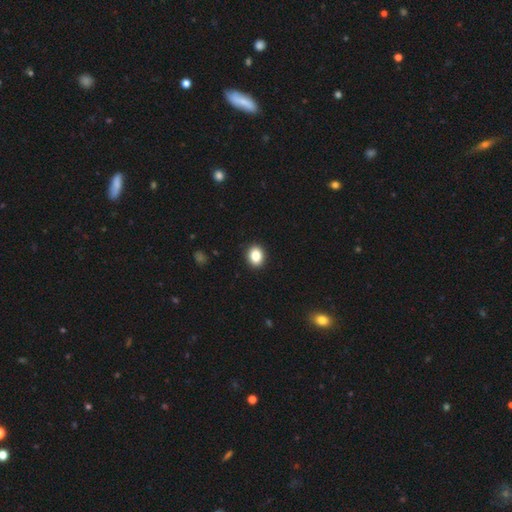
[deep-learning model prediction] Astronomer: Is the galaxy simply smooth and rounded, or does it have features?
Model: smooth — 85%.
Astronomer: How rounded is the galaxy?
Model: in between — 53% (runner-up: round, 46%).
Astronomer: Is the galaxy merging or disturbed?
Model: none — 91%.